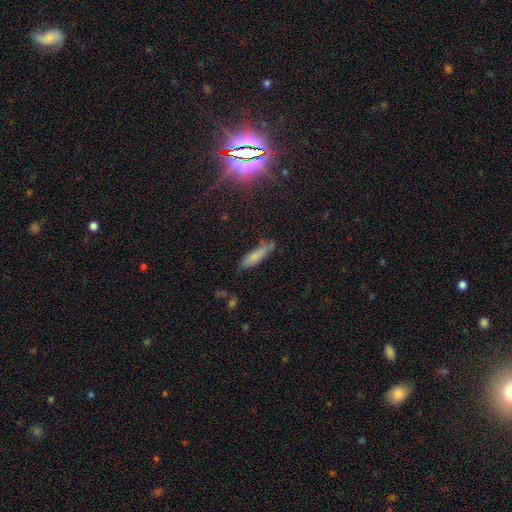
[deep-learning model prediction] smooth-or-featured: smooth: 73% | featured or disk: 17% | star or artifact: 10%
  how-rounded: cigar-shaped: 68% | in between: 30% | round: 2%
  merging: none: 68% | minor disturbance: 24% | major disturbance: 5% | merger: 3%